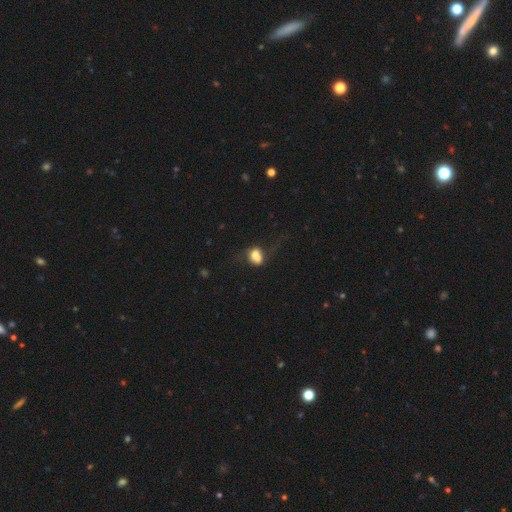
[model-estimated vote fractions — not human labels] A smooth galaxy with no disk features (67%) that is in between round and cigar-shaped (58%).

Vote fractions:
- Smooth or featured? smooth: 67% / featured or disk: 21% / star or artifact: 12%
- How rounded? in between: 58% / round: 40% / cigar-shaped: 2%
- Merging? merger: 34% / none: 27% / major disturbance: 21% / minor disturbance: 18%